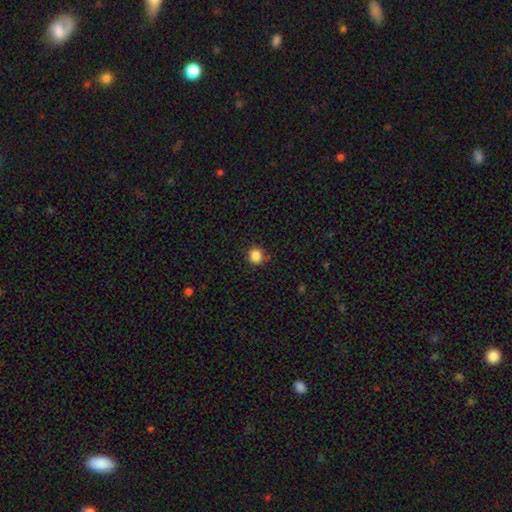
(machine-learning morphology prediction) Overall: smooth (85%). How rounded: round (93%). Merging: none (88%).